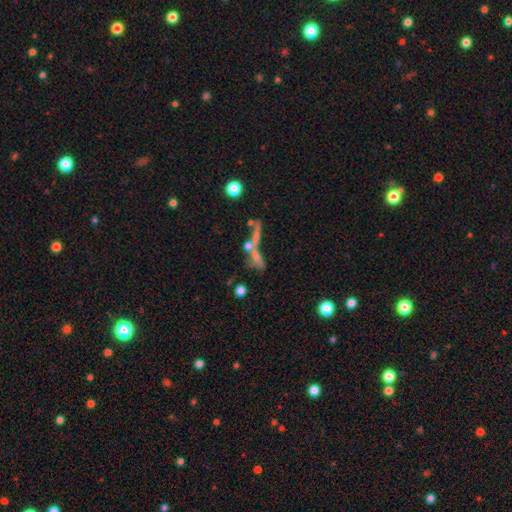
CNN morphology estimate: A featured or disk galaxy (43%). Merging: merger (43%).